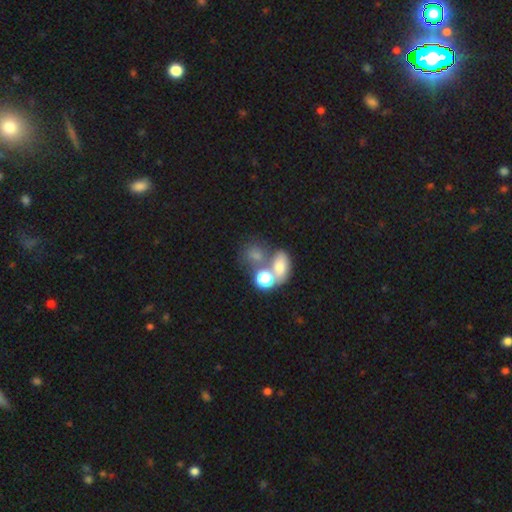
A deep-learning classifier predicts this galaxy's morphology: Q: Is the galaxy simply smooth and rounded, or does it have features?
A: smooth — 65%.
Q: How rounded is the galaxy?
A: round — 53%.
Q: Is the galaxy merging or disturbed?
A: merger — 46%.